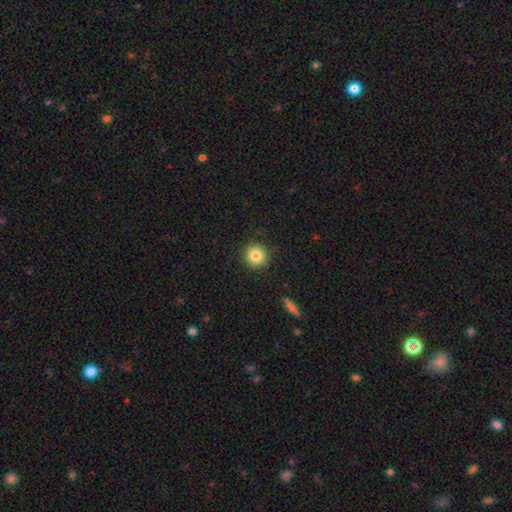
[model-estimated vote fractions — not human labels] A smooth galaxy with no disk features (84%) that is round (91%).

Vote fractions:
- Smooth or featured? smooth: 84% / star or artifact: 10% / featured or disk: 6%
- How rounded? round: 91% / in between: 8% / cigar-shaped: 1%
- Merging? none: 90% / minor disturbance: 7% / major disturbance: 2% / merger: 1%